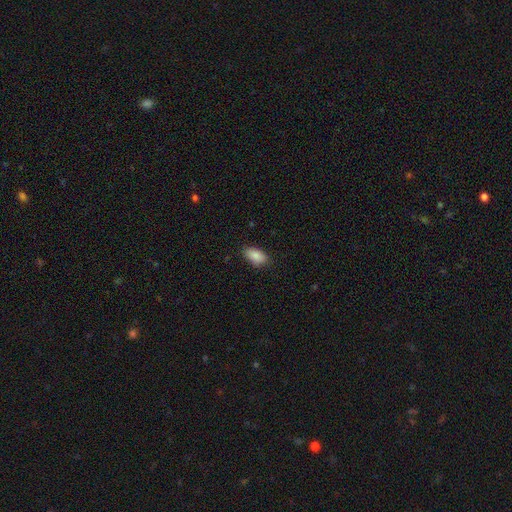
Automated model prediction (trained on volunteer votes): A smooth galaxy with no disk features (88%) that is in between round and cigar-shaped (92%).

Vote fractions:
- Smooth or featured? smooth: 88% / star or artifact: 7% / featured or disk: 5%
- How rounded? in between: 92% / cigar-shaped: 4% / round: 4%
- Merging? none: 84% / minor disturbance: 12% / major disturbance: 3% / merger: 1%